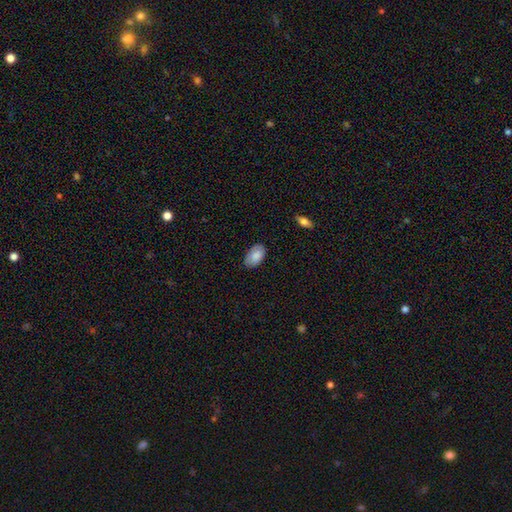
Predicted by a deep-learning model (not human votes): smooth 83%, featured or disk 11%, star or artifact 6%. Down the decision tree: how rounded — in between (94%); merging — none (78%).